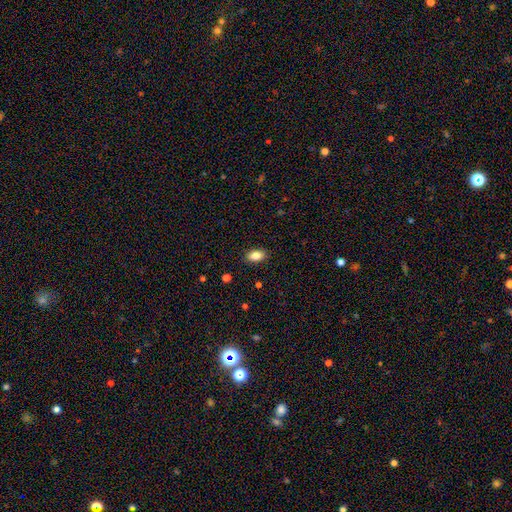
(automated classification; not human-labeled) Morphology: type=smooth (84%); roundness=in between (90%); merging=none (88%).